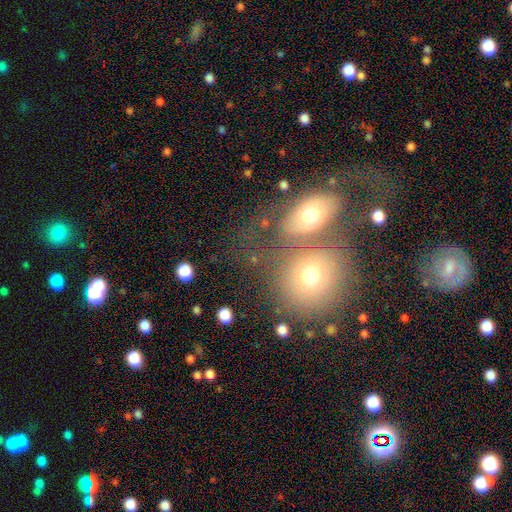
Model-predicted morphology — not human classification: Smooth or featured? Predicted: smooth (p=0.55). How rounded? Predicted: round (p=0.58). Merging? Predicted: merger (p=0.51).